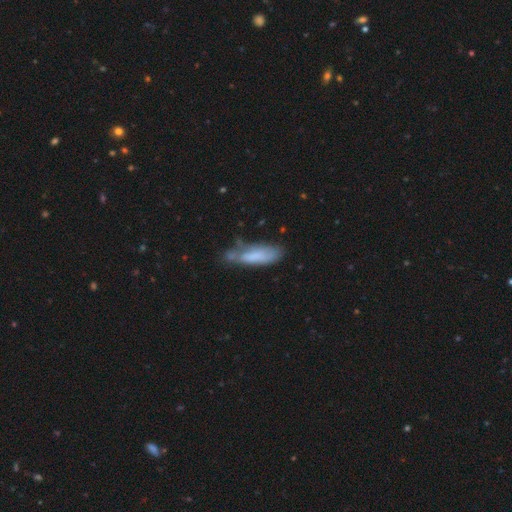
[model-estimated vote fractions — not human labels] Smooth or featured? smooth (68%)
How rounded? cigar-shaped (55%)
Merging? none (41%)